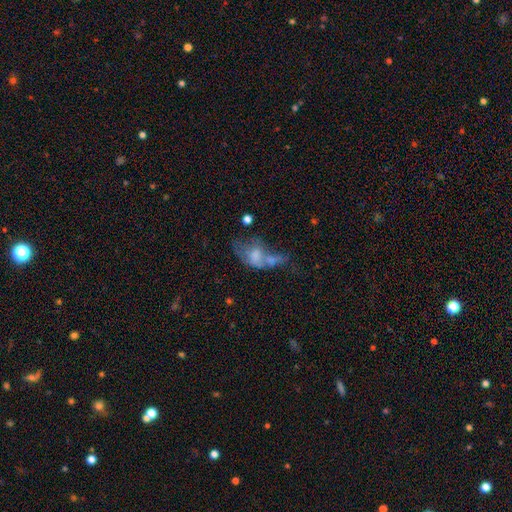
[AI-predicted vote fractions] This is marginally a featured or disk galaxy (44%). Merging: marginally merger (40%).